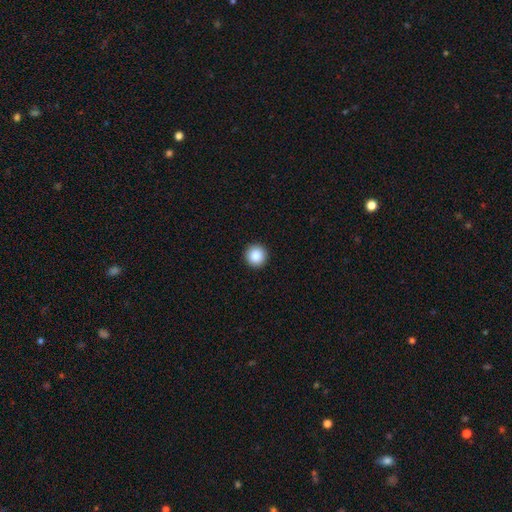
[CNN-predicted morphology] Smooth or featured? Predicted: smooth (p=0.86). How rounded? Predicted: round (p=0.96). Merging? Predicted: none (p=0.94).